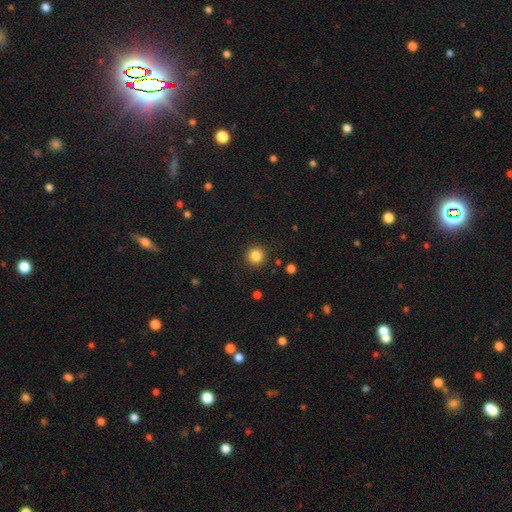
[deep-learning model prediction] smooth_or_featured: smooth (p=0.84) [alt: star or artifact p=0.11]
how_rounded: round (p=0.94) [alt: in between p=0.05]
merging: none (p=0.91) [alt: minor disturbance p=0.06]